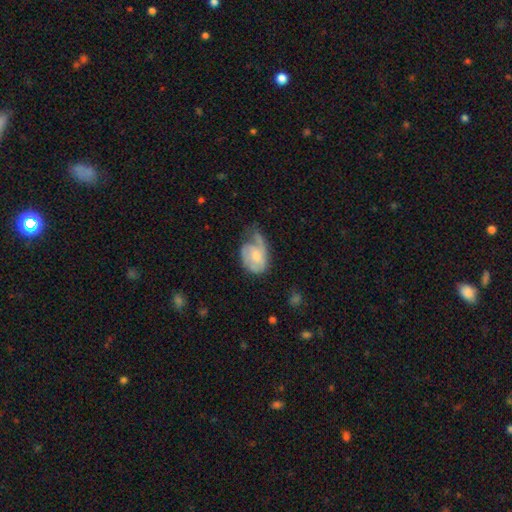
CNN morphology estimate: A featured or disk galaxy (63%) with no bar (68%), 2 (37%) medium (41%) spiral arms (84%) and a moderate central bulge (43%). Merging: minor disturbance (34%).